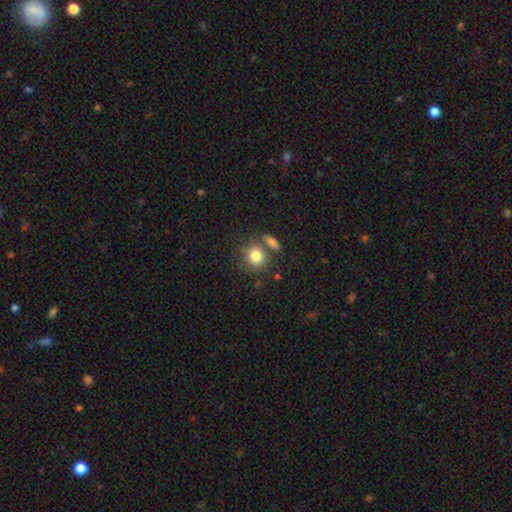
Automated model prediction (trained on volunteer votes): The model was most divided on "merging": none: 63%, merger: 21%, minor disturbance: 11%, major disturbance: 4%. More confident: smooth or featured — smooth (82%); how rounded — round (75%).